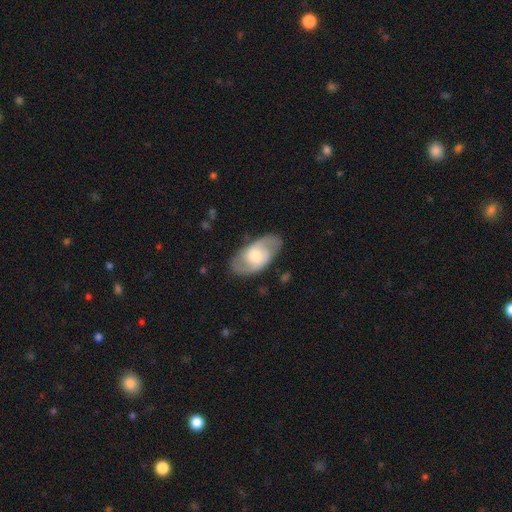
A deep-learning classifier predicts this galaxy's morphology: featured or disk 63%, smooth 32%, star or artifact 6%. Down the decision tree: edge-on disk — no (93%); bar — no (53%); spiral arms — yes (83%); bulge size — moderate (57%); merging — none (80%).